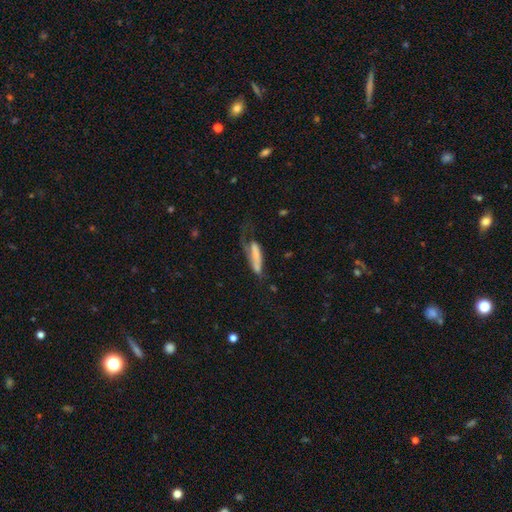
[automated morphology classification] This is likely a smooth galaxy (61%). How rounded: likely cigar-shaped (61%). Merging: possibly major disturbance (46%).